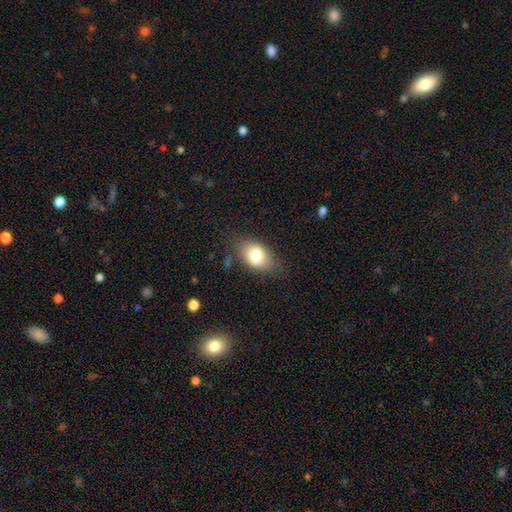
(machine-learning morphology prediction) Smooth or featured: smooth — 79% (featured or disk — 13%)
How rounded: in between — 84% (round — 14%)
Merging: none — 71% (minor disturbance — 21%)